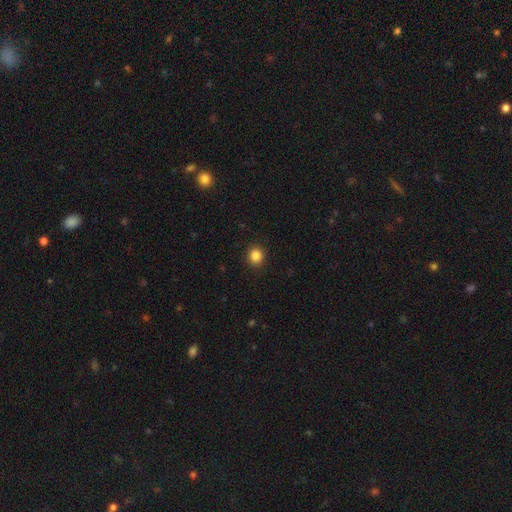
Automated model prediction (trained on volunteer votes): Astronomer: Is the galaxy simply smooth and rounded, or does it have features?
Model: smooth — 86%.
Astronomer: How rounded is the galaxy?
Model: round — 88%.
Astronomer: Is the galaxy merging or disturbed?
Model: none — 92%.